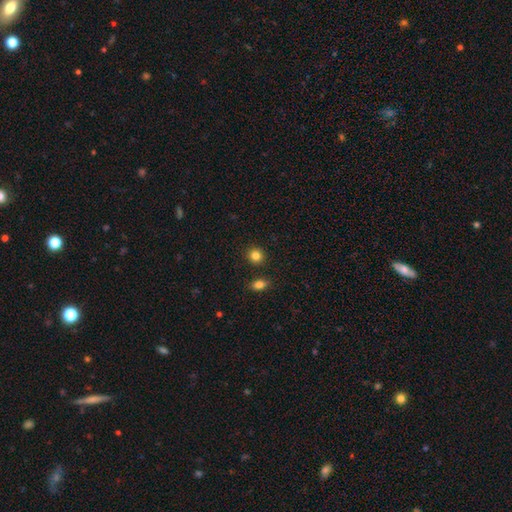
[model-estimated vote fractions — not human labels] smooth-or-featured: smooth: 83% | star or artifact: 11% | featured or disk: 6%
  how-rounded: round: 86% | in between: 13% | cigar-shaped: 1%
  merging: none: 88% | minor disturbance: 6% | merger: 4% | major disturbance: 2%